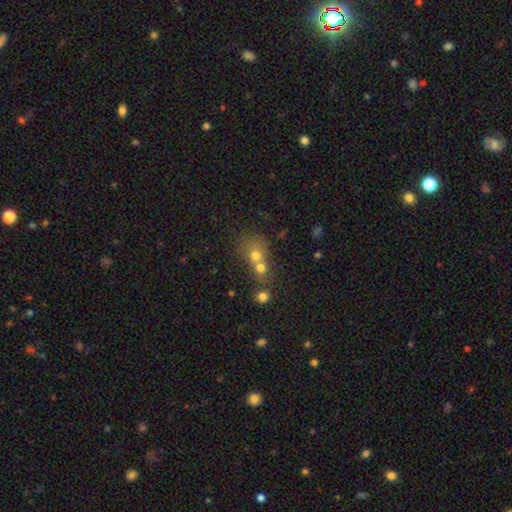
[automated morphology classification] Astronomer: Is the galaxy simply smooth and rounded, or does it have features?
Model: smooth — 64%.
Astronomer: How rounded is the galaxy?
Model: round — 71%.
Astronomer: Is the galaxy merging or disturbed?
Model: merger — 65%.